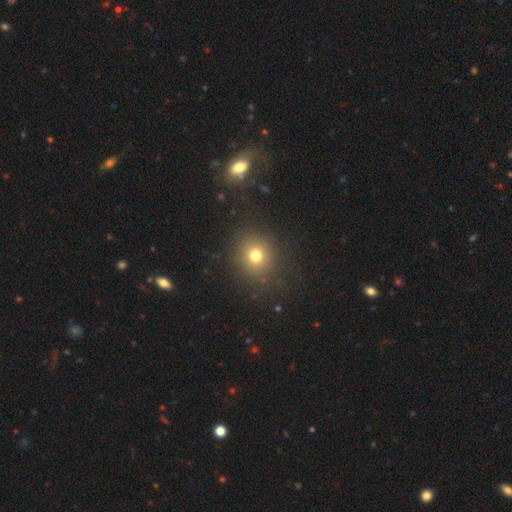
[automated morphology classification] Smooth or featured?
  - smooth: 74% *
  - star or artifact: 17%
  - featured or disk: 9%
How rounded?
  - round: 85% *
  - in between: 14%
  - cigar-shaped: 1%
Merging?
  - none: 86% *
  - minor disturbance: 8%
  - major disturbance: 4%
  - merger: 2%